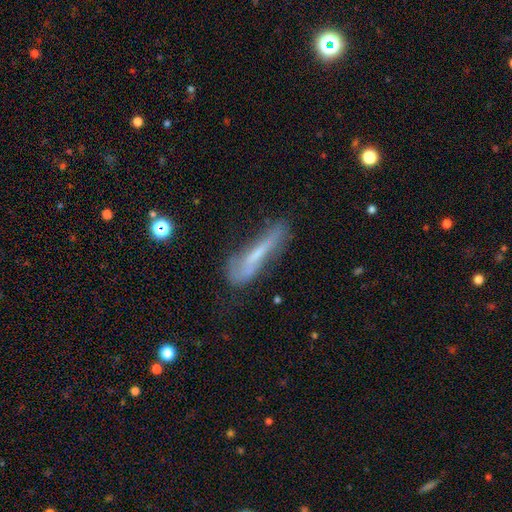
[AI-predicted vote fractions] Smooth or featured? Predicted: smooth (p=0.45, tied with featured or disk). Merging? Predicted: none (p=0.47).